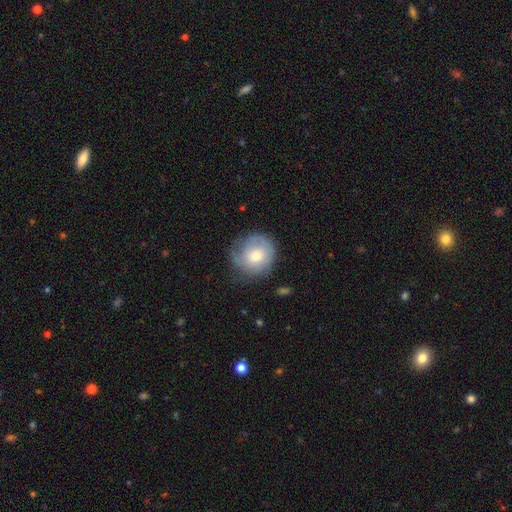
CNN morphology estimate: Smooth or featured? smooth (54%)
How rounded? round (89%)
Merging? none (68%)